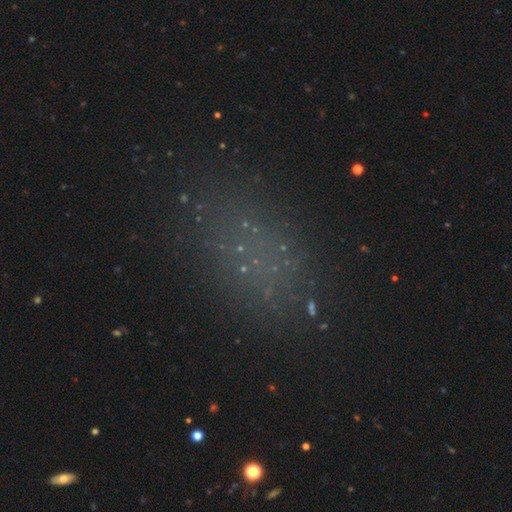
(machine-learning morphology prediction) smooth 53%, star or artifact 32%, featured or disk 15%. Down the decision tree: how rounded — in between (83%); merging — none (72%).